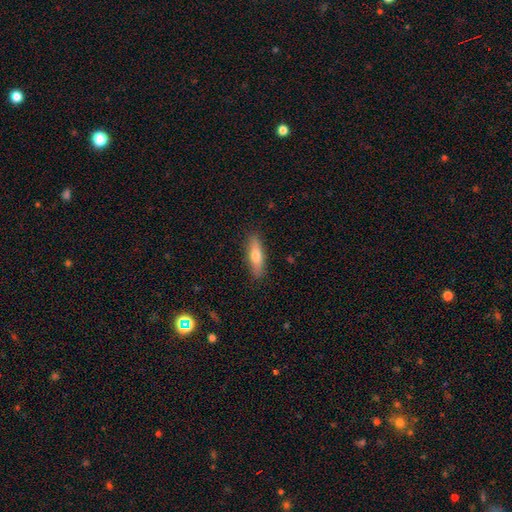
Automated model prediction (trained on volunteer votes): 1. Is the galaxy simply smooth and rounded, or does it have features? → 67% smooth, 26% featured or disk, 6% star or artifact.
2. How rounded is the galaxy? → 56% cigar-shaped, 42% in between, 2% round.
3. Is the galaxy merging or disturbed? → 88% none, 9% minor disturbance, 2% major disturbance, 1% merger.